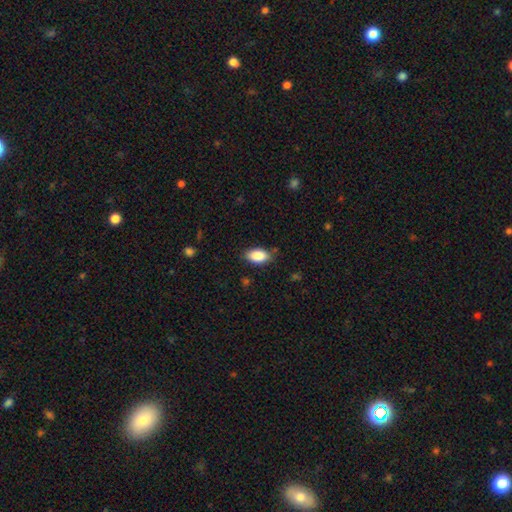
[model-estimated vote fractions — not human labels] Morphology: type=smooth (88%); roundness=in between (92%); merging=none (82%).